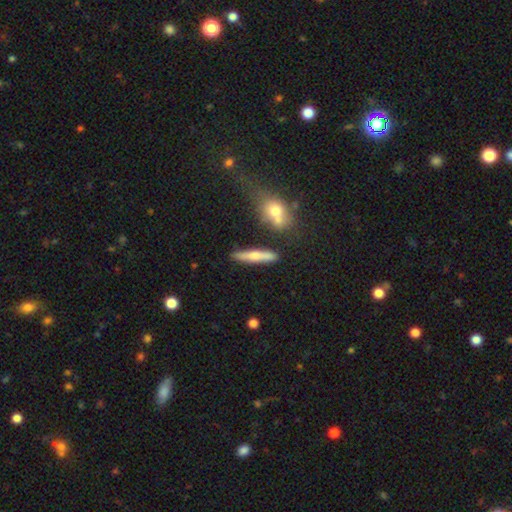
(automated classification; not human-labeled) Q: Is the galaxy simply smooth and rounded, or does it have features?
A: smooth — 54%.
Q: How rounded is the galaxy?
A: cigar-shaped — 86%.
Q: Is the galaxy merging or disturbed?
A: none — 80%.